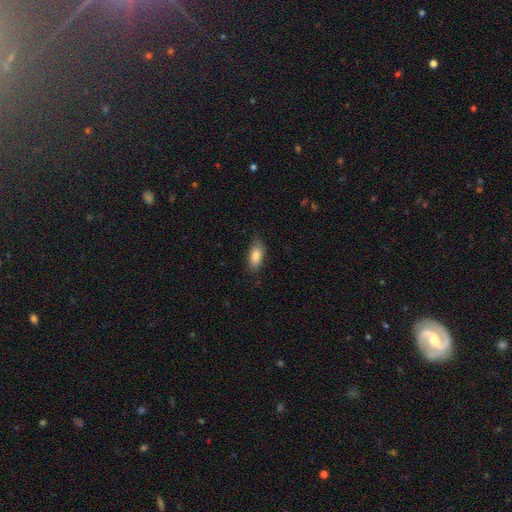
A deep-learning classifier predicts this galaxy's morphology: smooth_or_featured: smooth (p=0.84) [alt: featured or disk p=0.09]
how_rounded: in between (p=0.87) [alt: cigar-shaped p=0.10]
merging: none (p=0.77) [alt: minor disturbance p=0.18]